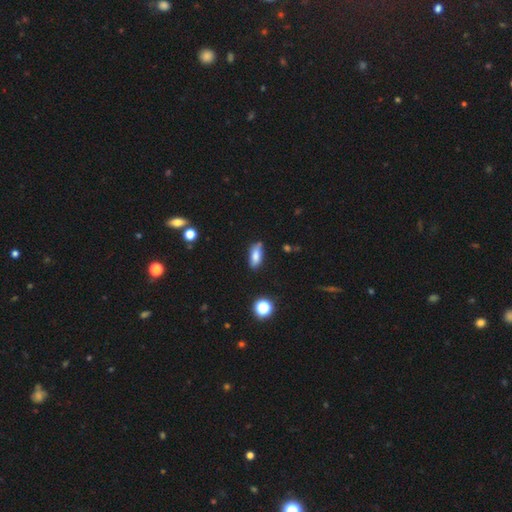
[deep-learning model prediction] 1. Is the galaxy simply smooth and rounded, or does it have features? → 76% smooth, 15% featured or disk, 9% star or artifact.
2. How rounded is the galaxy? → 75% in between, 22% cigar-shaped, 4% round.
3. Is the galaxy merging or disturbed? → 77% none, 17% minor disturbance, 3% major disturbance, 3% merger.